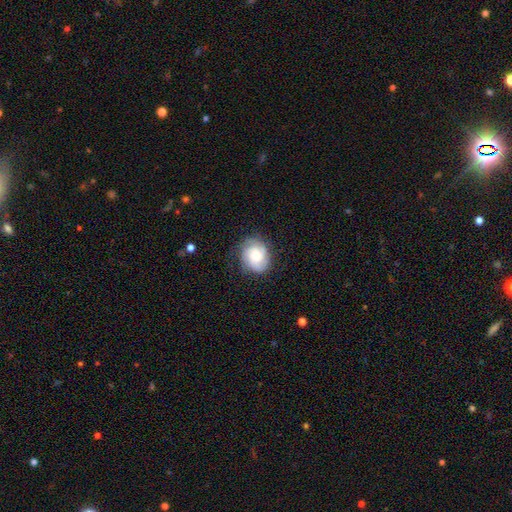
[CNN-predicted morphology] The model was most divided on "spiral arm count": 3: 36%, 2: 24%, can't tell: 23%, 4: 7%, 1: 5%, more than 4: 4%. Remaining: edge-on disk — no (98%); spiral arms — yes (92%); bar — no (75%); merging — none (74%); smooth or featured — featured or disk (60%); spiral winding — tight (56%); bulge size — moderate (50%).